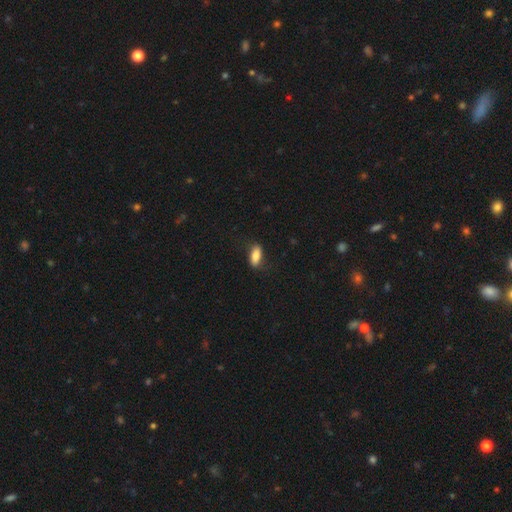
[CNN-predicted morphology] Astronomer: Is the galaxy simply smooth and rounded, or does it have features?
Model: smooth — 82%.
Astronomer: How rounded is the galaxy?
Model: in between — 80%.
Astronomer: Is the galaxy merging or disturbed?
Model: none — 77%.